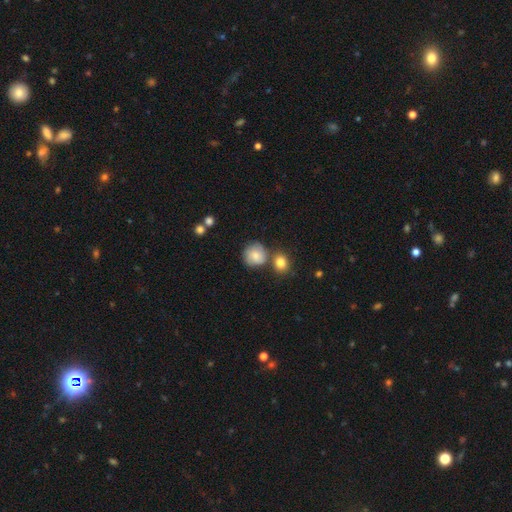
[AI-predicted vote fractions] Q: Smooth or featured?
A: smooth (75%); runner-up: featured or disk (17%)
Q: How rounded?
A: round (86%); runner-up: in between (13%)
Q: Merging?
A: none (62%); runner-up: minor disturbance (17%)